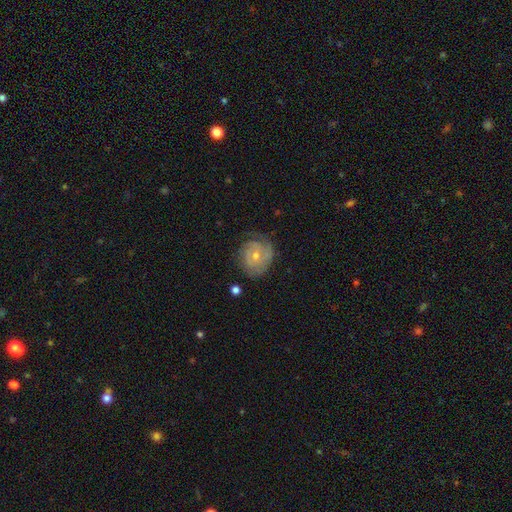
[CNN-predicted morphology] This appears to be a featured or disk galaxy (73%) with no bar (71%), tight (69%) spiral arms (90%) and a small central bulge (57%). Merging: none (72%).